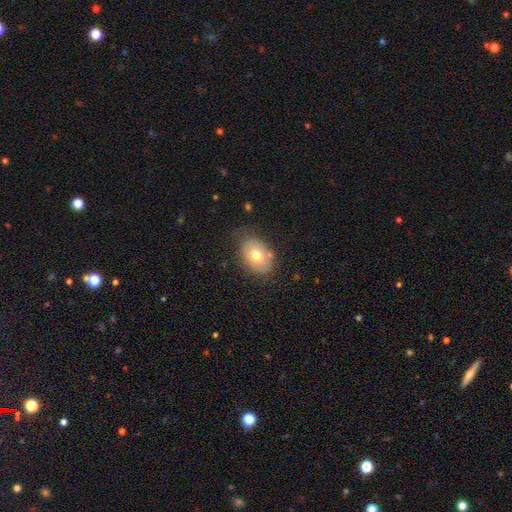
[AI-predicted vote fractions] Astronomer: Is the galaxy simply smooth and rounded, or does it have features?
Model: smooth — 68%.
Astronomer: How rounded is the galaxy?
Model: in between — 73%.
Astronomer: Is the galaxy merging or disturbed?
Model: none — 69%.